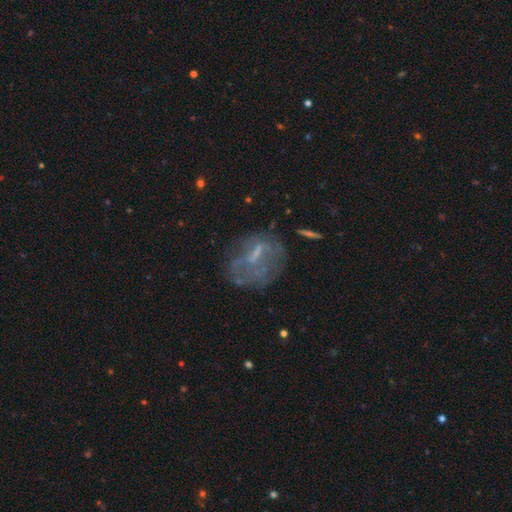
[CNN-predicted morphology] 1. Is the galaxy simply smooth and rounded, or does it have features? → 55% featured or disk, 30% smooth, 16% star or artifact.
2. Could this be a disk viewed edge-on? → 95% no, 5% yes.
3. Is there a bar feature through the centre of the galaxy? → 49% no, 38% weak, 14% strong.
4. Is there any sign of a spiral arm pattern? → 76% no, 24% yes.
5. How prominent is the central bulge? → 39% none, 37% small, 21% moderate, 2% large, 1% dominant.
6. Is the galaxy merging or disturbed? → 49% none, 26% major disturbance, 20% minor disturbance, 5% merger.